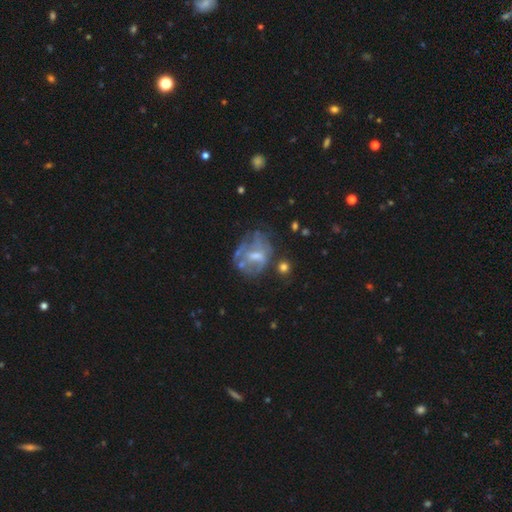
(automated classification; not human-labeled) This is likely a featured or disk galaxy (60%). It is clearly not viewed edge-on (97%). Bar: possibly no (55%). Spiral arm pattern: likely no (69%). Central bulge: marginally moderate (40%). Merging: marginally none (41%).